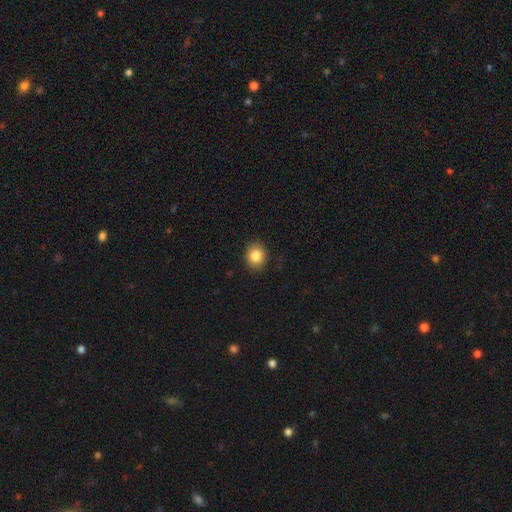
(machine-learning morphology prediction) Overall: smooth (85%). How rounded: round (67%; in between 32%). Merging: none (89%).